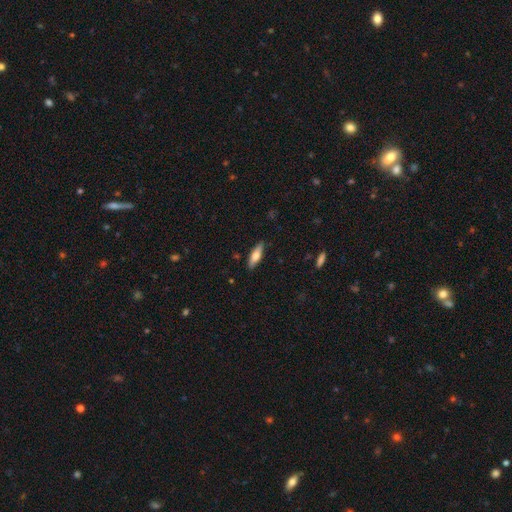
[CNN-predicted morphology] Smooth or featured? Predicted: smooth (p=0.63). How rounded? Predicted: cigar-shaped (p=0.54). Merging? Predicted: none (p=0.88).